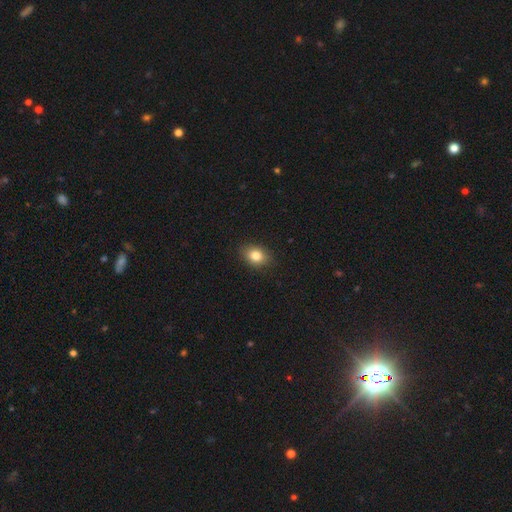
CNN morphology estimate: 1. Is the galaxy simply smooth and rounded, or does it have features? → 83% smooth, 9% star or artifact, 7% featured or disk.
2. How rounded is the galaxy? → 69% in between, 30% round, 1% cigar-shaped.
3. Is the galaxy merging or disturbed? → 87% none, 10% minor disturbance, 2% major disturbance, 1% merger.